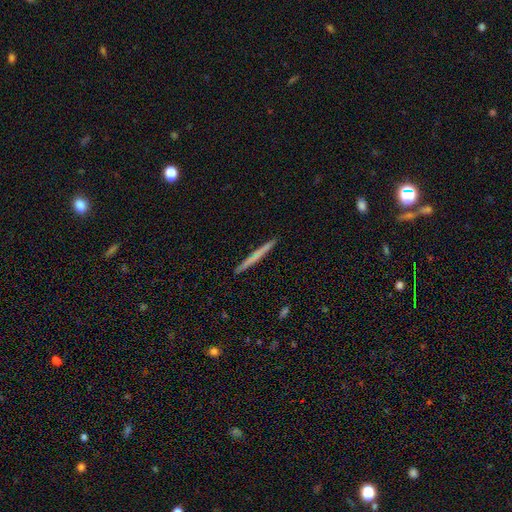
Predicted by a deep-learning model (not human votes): Smooth or featured?
  - smooth: 55% *
  - featured or disk: 39%
  - star or artifact: 5%
How rounded?
  - cigar-shaped: 97% *
  - in between: 2%
  - round: 1%
Merging?
  - none: 93% *
  - minor disturbance: 5%
  - major disturbance: 1%
  - merger: 1%